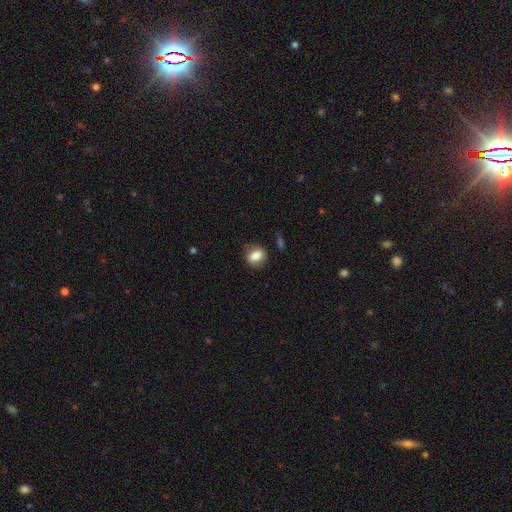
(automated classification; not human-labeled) Morphology: type=smooth (84%); roundness=in between (56%); merging=none (75%).